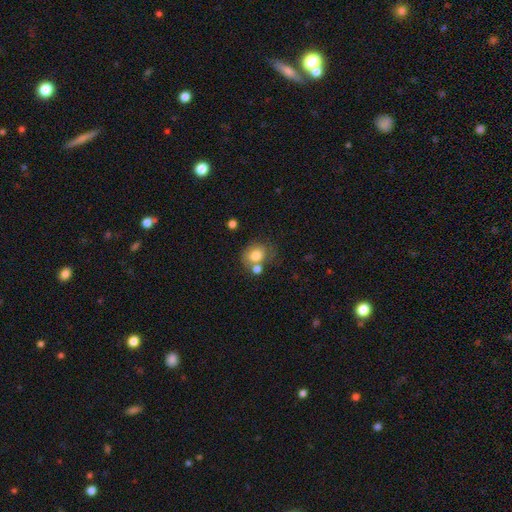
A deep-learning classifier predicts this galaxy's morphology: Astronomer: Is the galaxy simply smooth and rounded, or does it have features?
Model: smooth — 78%.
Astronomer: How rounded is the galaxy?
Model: round — 66%.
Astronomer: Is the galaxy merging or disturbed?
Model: none — 50% (runner-up: merger, 27%).